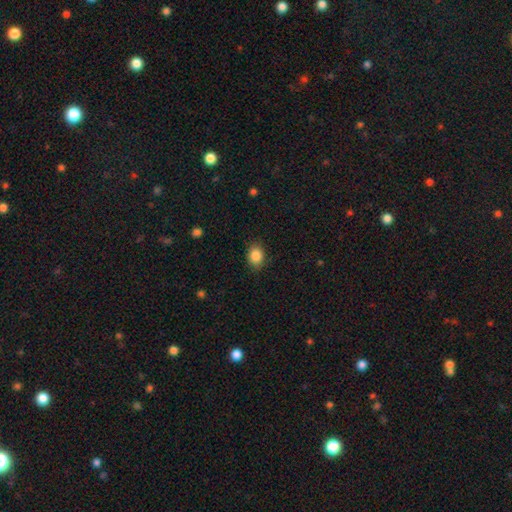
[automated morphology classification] Smooth or featured: smooth — 87% (star or artifact — 9%)
How rounded: in between — 66% (round — 33%)
Merging: none — 86% (minor disturbance — 10%)